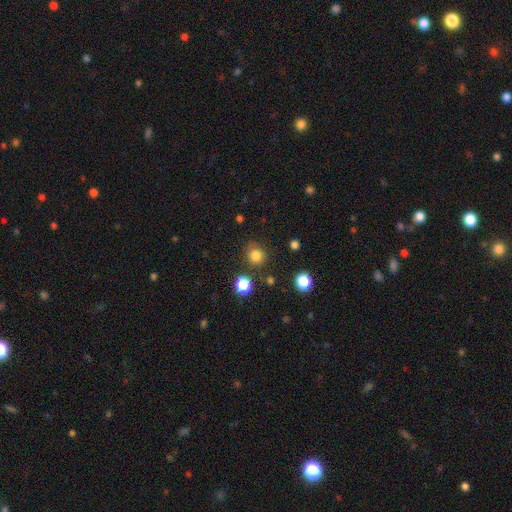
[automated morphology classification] A smooth galaxy with no disk features (82%) that is round (89%).

Vote fractions:
- Smooth or featured? smooth: 82% / star or artifact: 14% / featured or disk: 5%
- How rounded? round: 89% / in between: 10% / cigar-shaped: 1%
- Merging? none: 82% / minor disturbance: 11% / merger: 4% / major disturbance: 4%